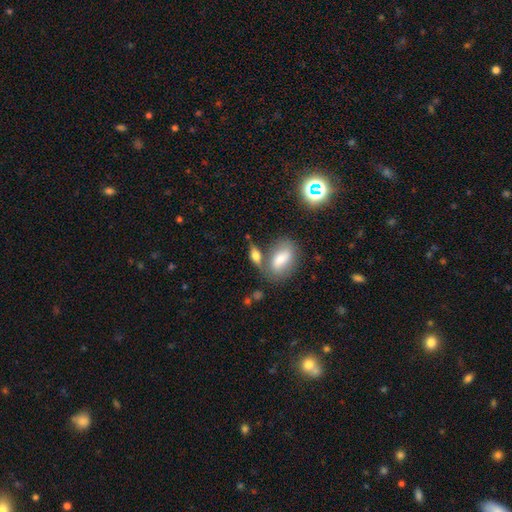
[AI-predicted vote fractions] Overall: smooth (67%). How rounded: in between (72%). Merging: none (50%; merger 29%).